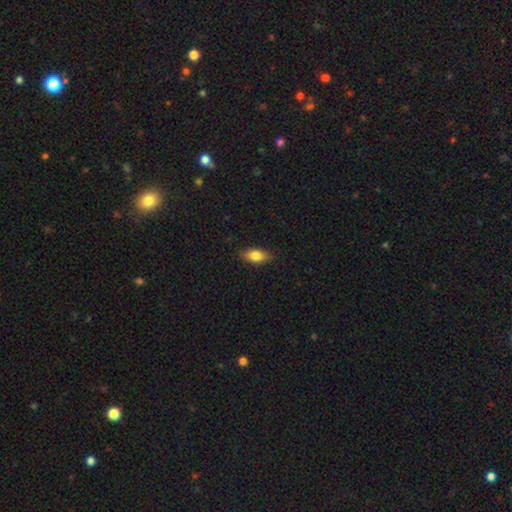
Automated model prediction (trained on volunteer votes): Q: Smooth or featured?
A: smooth (81%); runner-up: featured or disk (12%)
Q: How rounded?
A: in between (85%); runner-up: cigar-shaped (11%)
Q: Merging?
A: none (86%); runner-up: minor disturbance (11%)